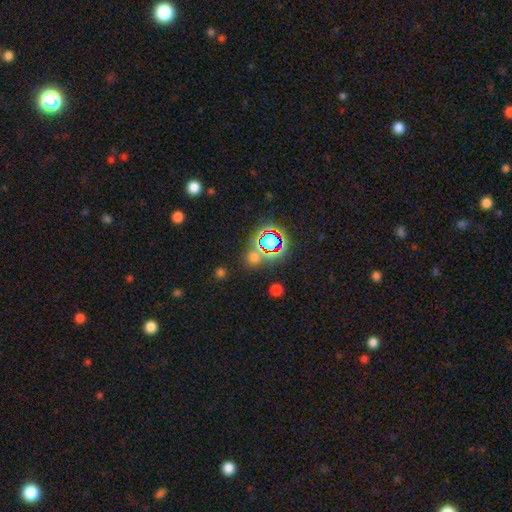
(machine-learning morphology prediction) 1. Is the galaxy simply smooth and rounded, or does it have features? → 67% star or artifact, 26% smooth, 7% featured or disk.